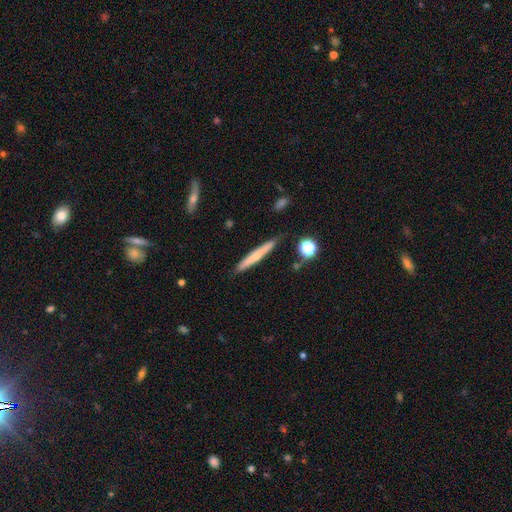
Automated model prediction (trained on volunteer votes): Q: Smooth or featured?
A: smooth (55%); runner-up: featured or disk (38%)
Q: How rounded?
A: cigar-shaped (95%); runner-up: in between (3%)
Q: Merging?
A: none (85%); runner-up: minor disturbance (11%)